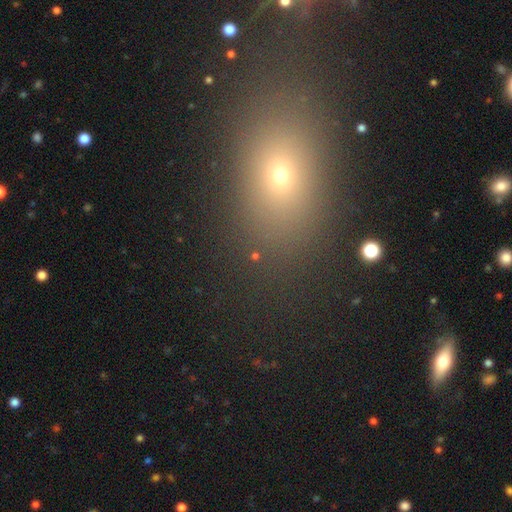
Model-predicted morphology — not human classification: This is possibly a smooth galaxy (57%). How rounded: likely in between (63%). Merging: clearly none (81%).